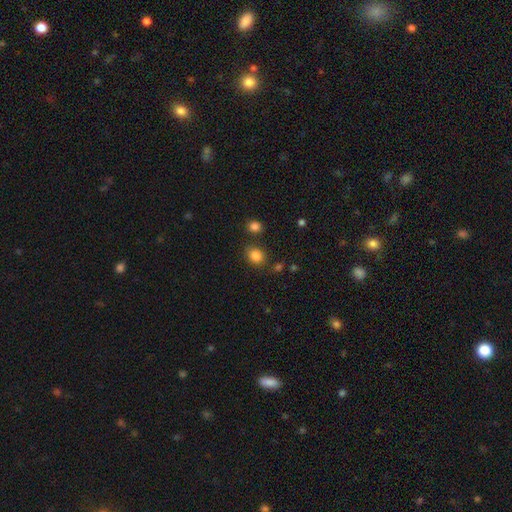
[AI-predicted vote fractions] This is clearly a smooth galaxy (84%). How rounded: possibly round (59%). Merging: likely none (79%).